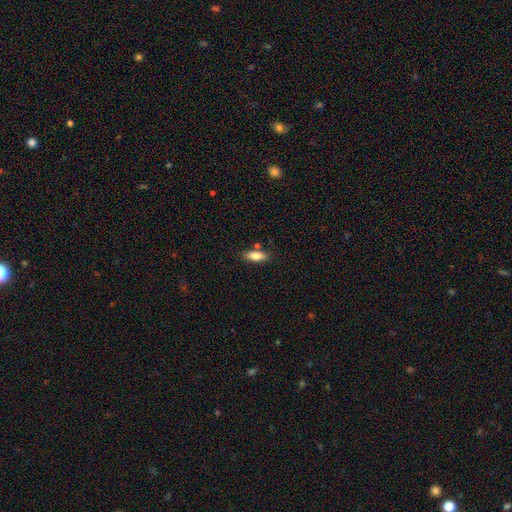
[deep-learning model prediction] Smooth or featured? Predicted: smooth (p=0.78). How rounded? Predicted: in between (p=0.67). Merging? Predicted: none (p=0.76).